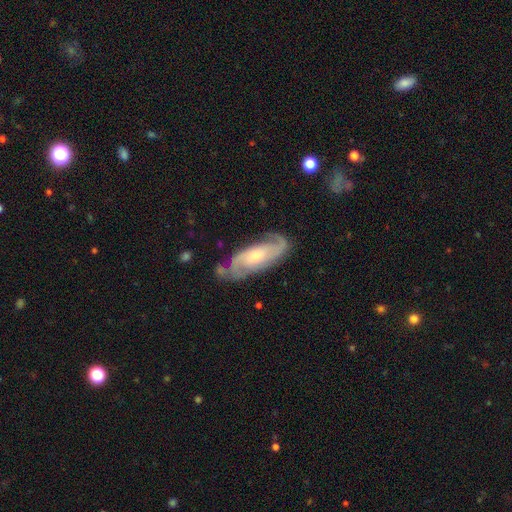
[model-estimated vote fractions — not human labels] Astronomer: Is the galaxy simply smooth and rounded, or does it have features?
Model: featured or disk — 86%.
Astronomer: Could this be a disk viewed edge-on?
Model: no — 93%.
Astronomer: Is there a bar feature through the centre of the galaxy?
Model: no — 51% (runner-up: weak, 35%).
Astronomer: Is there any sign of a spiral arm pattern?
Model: yes — 97%.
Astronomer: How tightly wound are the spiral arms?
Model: medium — 44% (runner-up: tight, 42%).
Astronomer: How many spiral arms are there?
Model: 2 — 85%.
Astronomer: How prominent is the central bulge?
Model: moderate — 47% (runner-up: small, 44%).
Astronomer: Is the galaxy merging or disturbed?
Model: none — 76%.